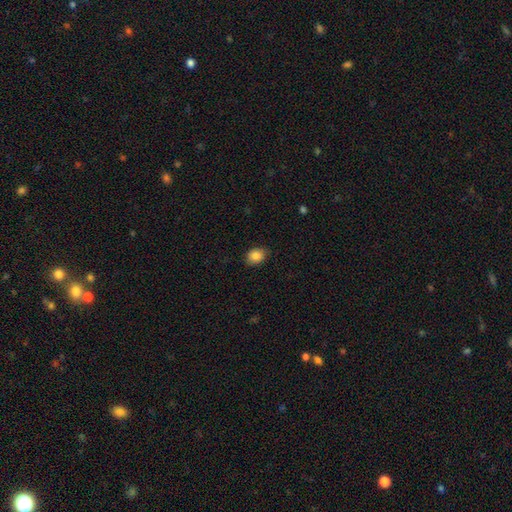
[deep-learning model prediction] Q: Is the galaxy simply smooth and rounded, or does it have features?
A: smooth — 86%.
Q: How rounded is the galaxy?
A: in between — 54%.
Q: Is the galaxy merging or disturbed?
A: none — 83%.